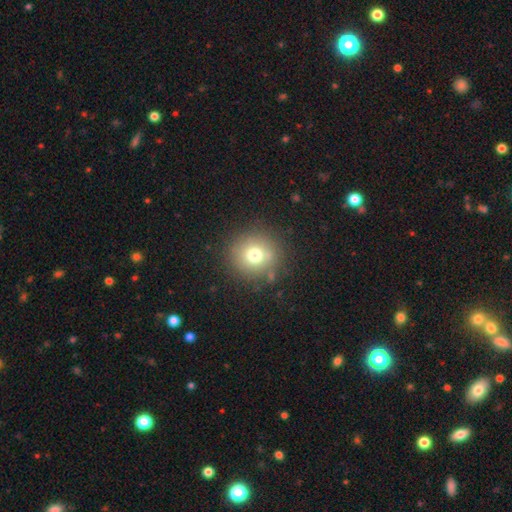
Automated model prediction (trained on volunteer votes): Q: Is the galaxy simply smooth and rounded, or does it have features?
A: smooth — 72%.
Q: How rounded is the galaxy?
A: round — 92%.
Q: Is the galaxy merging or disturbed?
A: none — 85%.